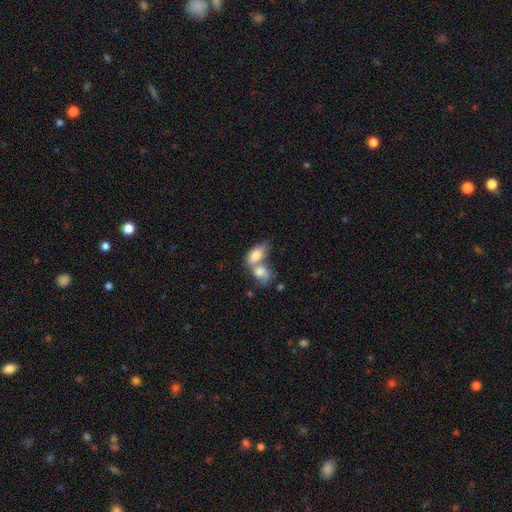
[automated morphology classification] This appears to be a smooth galaxy with no disk features (70%) that is in between round and cigar-shaped (86%). Merging: merger (73%).